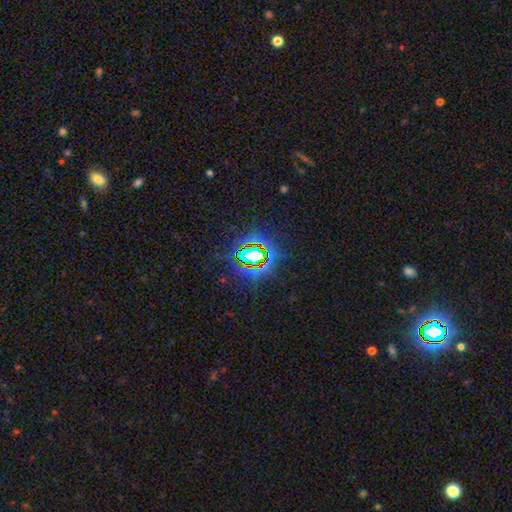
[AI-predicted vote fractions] Smooth or featured? Predicted: star or artifact (p=0.77).